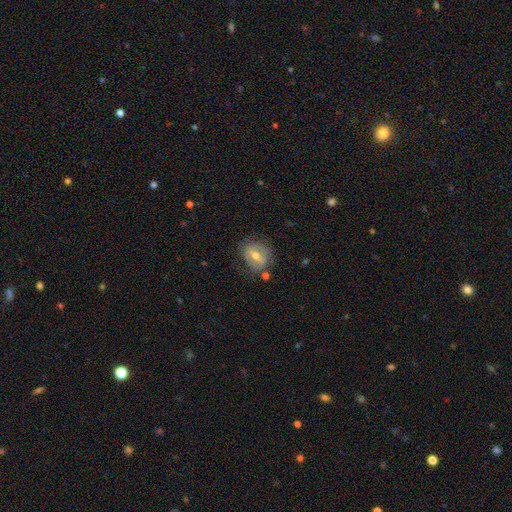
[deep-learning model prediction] This appears to be a featured or disk galaxy (55%) with a weak bar (38%, tied with strong), no spiral arms (60%) and a moderate central bulge (68%). Merging: none (69%).